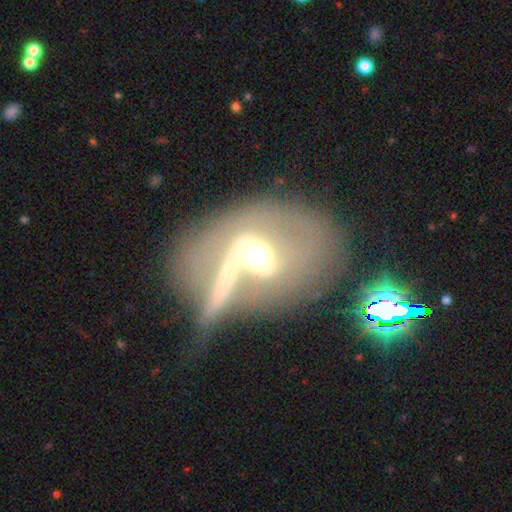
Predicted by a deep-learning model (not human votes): smooth-or-featured: featured or disk: 60% | smooth: 28% | star or artifact: 13%
  disk-edge-on: no: 86% | yes: 14%
    bar: no: 52% | weak: 26% | strong: 22%
    has-spiral-arms: no: 66% | yes: 34%
    bulge-size: moderate: 64% | large: 17% | small: 12% | dominant: 4% | none: 3%
  merging: merger: 43% | major disturbance: 25% | none: 19% | minor disturbance: 12%